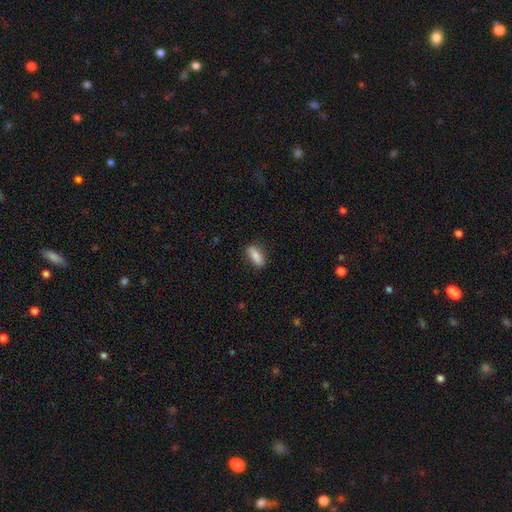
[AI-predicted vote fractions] The model was most divided on "how rounded": in between: 76%, cigar-shaped: 21%, round: 3%. More confident: smooth or featured — smooth (85%); merging — none (84%).